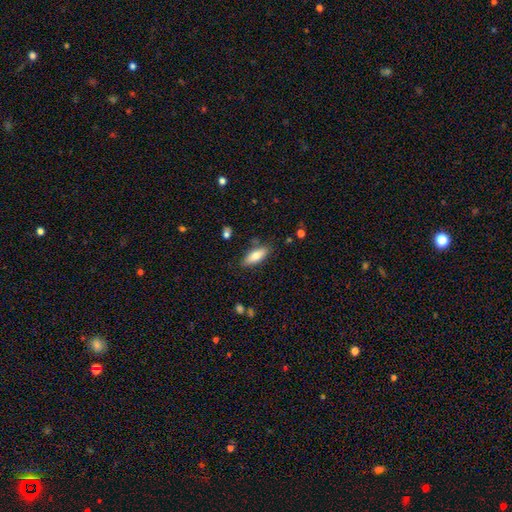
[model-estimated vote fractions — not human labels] Smooth or featured? smooth (78%)
How rounded? in between (67%)
Merging? none (81%)